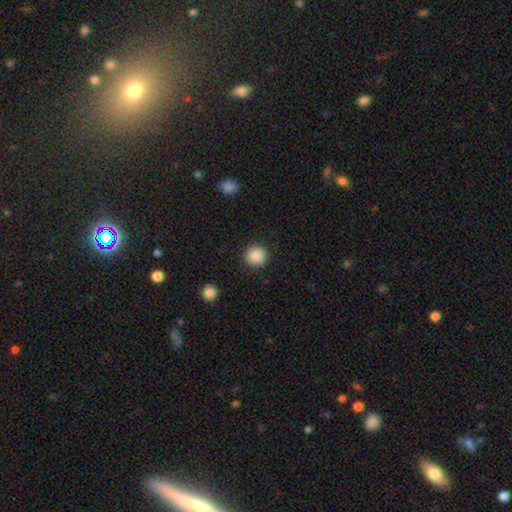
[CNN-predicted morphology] This is clearly a smooth galaxy (88%). How rounded: clearly round (94%). Merging: clearly none (90%).